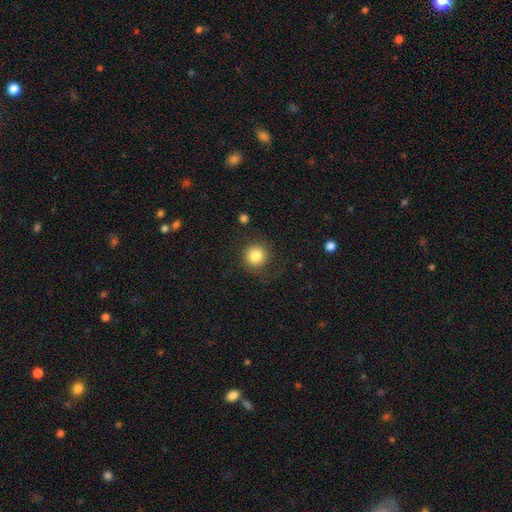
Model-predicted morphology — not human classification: This appears to be a smooth galaxy with no disk features (84%) that is round (93%). Merging: none (81%).